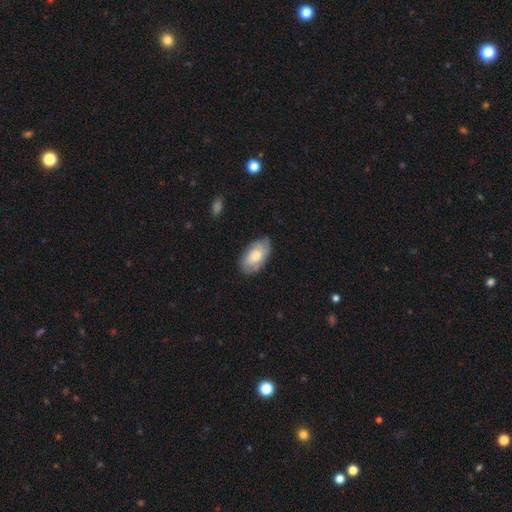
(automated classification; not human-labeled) This is possibly a smooth galaxy (54%). How rounded: clearly in between (93%). Merging: likely none (72%).